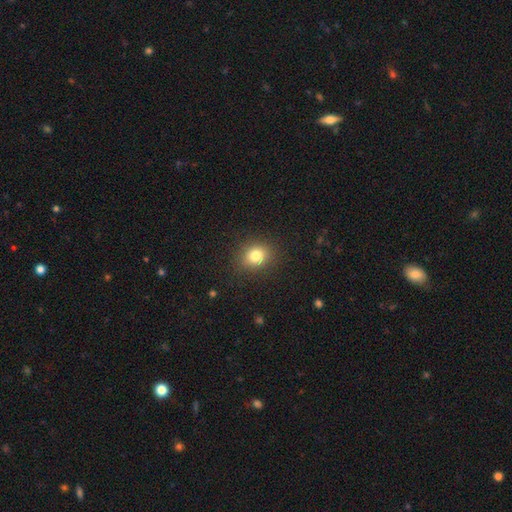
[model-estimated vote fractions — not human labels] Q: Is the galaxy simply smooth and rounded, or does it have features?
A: smooth — 80%.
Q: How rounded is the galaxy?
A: round — 67%.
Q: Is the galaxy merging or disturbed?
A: none — 86%.